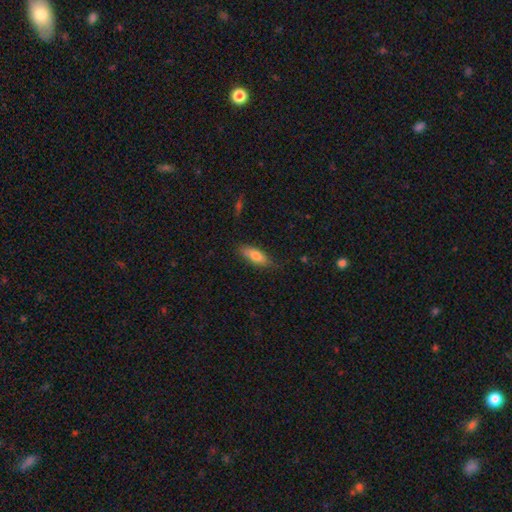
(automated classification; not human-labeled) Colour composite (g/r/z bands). It shows a smooth galaxy with no disk features (78%) that is in between round and cigar-shaped (61%). Merging: none (79%).